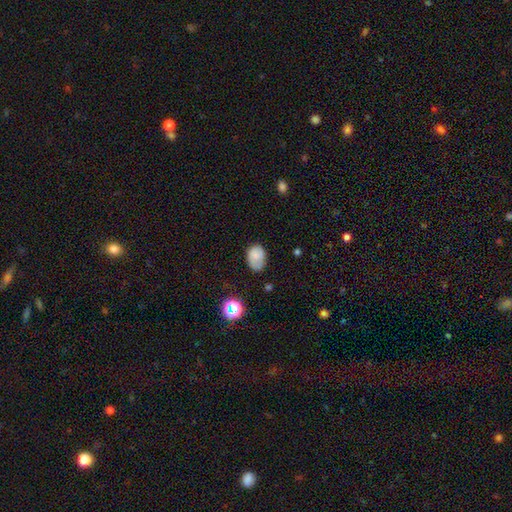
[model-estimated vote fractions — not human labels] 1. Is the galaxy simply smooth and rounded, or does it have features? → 77% smooth, 12% featured or disk, 11% star or artifact.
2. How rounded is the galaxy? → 72% in between, 27% round, 1% cigar-shaped.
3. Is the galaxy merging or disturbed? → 58% none, 30% minor disturbance, 9% major disturbance, 2% merger.